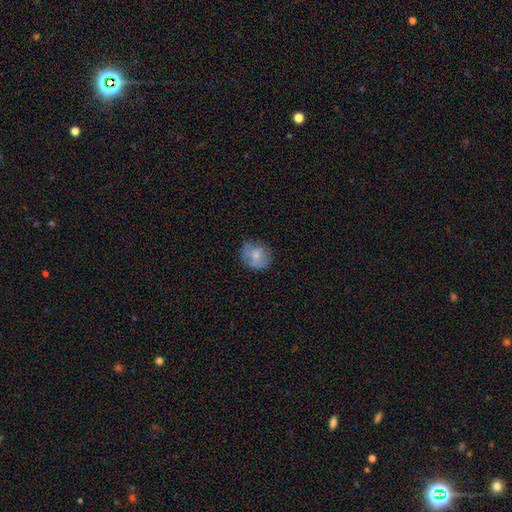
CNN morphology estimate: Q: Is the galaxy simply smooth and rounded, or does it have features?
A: smooth — 69%.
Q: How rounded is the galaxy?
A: round — 76%.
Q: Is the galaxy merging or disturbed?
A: none — 69%.